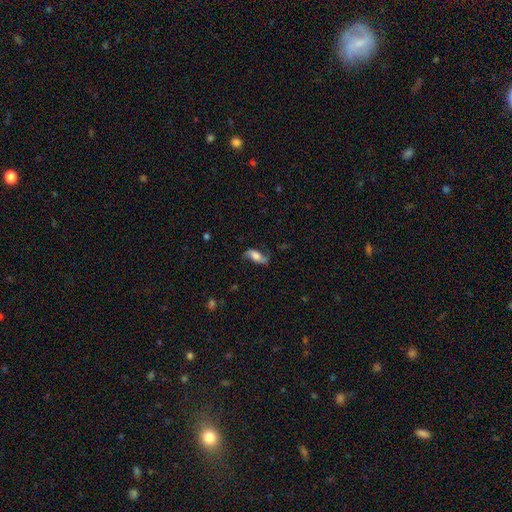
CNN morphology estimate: Smooth or featured? smooth (46%, tied with featured or disk)
Merging? none (64%)